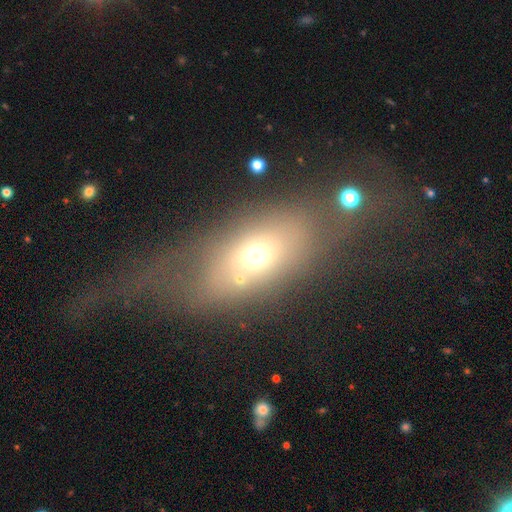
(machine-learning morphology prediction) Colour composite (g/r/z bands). It shows a smooth galaxy with no disk features (57%) that is in between round and cigar-shaped (75%). Merging: major disturbance (40%).